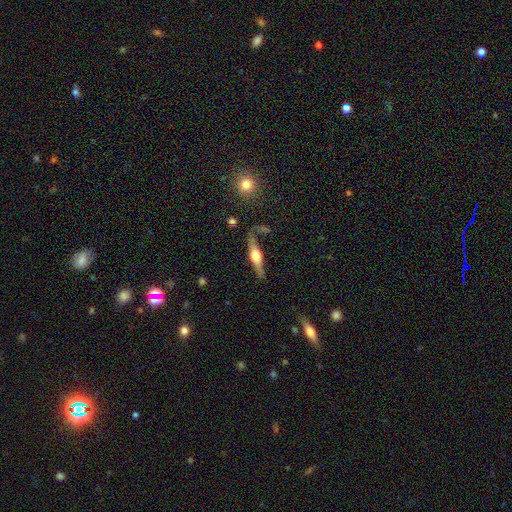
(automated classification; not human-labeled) smooth-or-featured: featured or disk: 66% | smooth: 28% | star or artifact: 6%
  disk-edge-on: yes: 94% | no: 6%
    edge-on-bulge: rounded: 92% | boxy: 6% | none: 2%
  merging: none: 77% | minor disturbance: 14% | major disturbance: 4% | merger: 4%